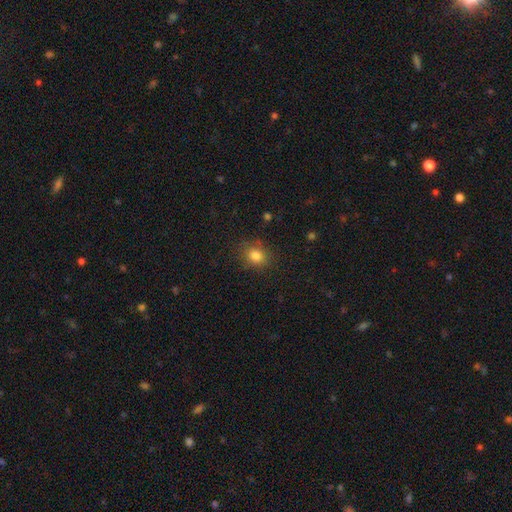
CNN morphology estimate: smooth-or-featured: smooth: 82% | star or artifact: 12% | featured or disk: 6%
  how-rounded: round: 62% | in between: 37% | cigar-shaped: 1%
  merging: none: 83% | minor disturbance: 12% | major disturbance: 4% | merger: 1%